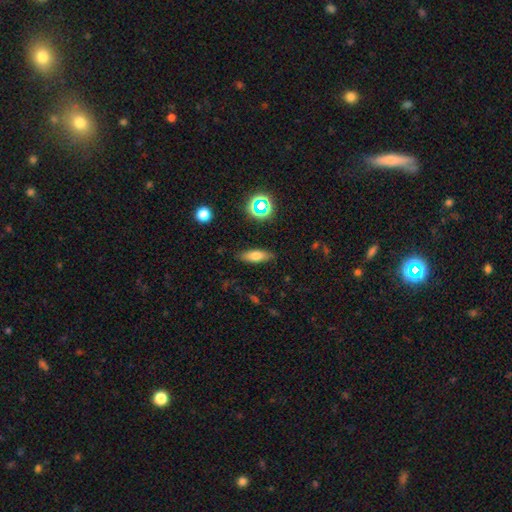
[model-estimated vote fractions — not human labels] smooth 70%, featured or disk 18%, star or artifact 12%. Down the decision tree: how rounded — in between (61%); merging — none (85%).